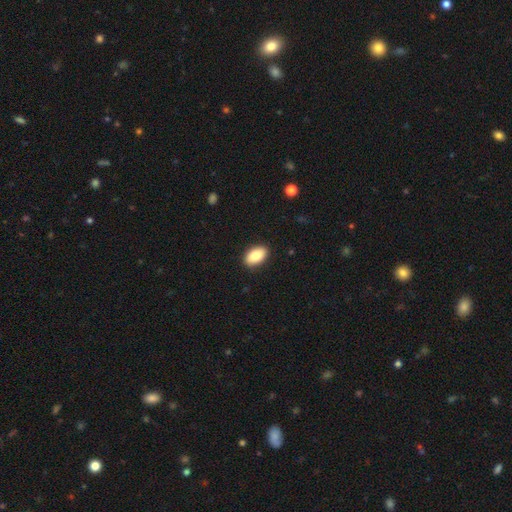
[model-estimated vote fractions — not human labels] The model was most divided on "smooth or featured": smooth: 86%, featured or disk: 7%, star or artifact: 7%. More confident: how rounded — in between (93%); merging — none (90%).